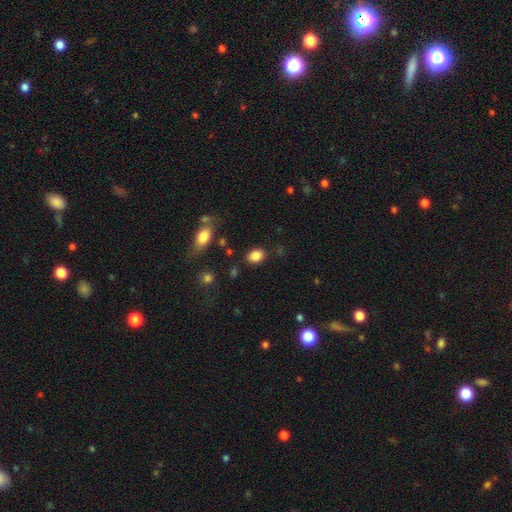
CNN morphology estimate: smooth-or-featured: smooth: 86% | star or artifact: 9% | featured or disk: 5%
  how-rounded: in between: 65% | round: 34% | cigar-shaped: 1%
  merging: none: 83% | minor disturbance: 11% | major disturbance: 3% | merger: 3%